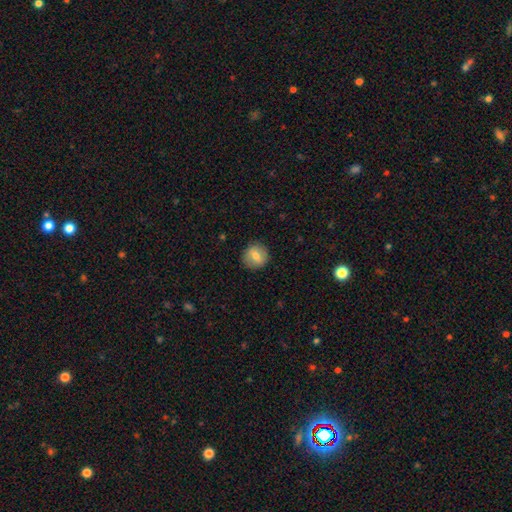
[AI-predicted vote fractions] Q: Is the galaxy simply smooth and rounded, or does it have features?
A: smooth — 71%.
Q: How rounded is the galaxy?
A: round — 89%.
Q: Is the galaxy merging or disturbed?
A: none — 88%.